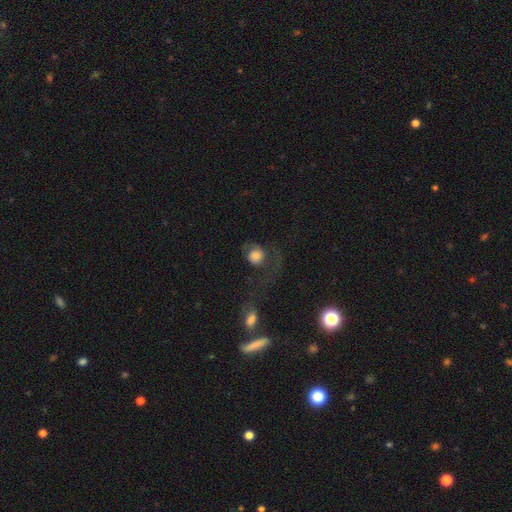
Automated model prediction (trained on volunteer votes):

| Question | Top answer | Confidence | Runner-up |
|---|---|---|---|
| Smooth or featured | smooth | 56% | featured or disk (35%) |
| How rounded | round | 77% | in between (22%) |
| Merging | major disturbance | 48% | none (28%) |